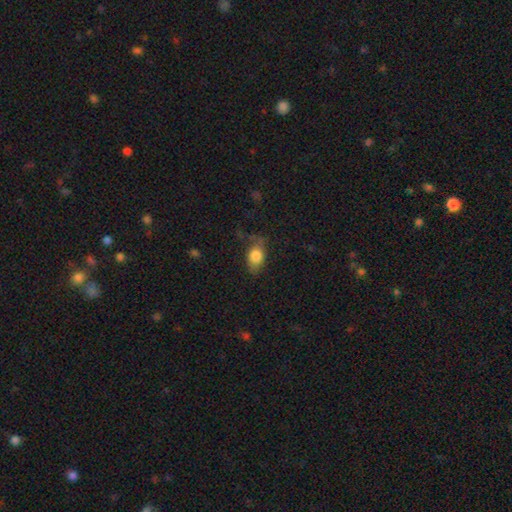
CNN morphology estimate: smooth_or_featured: smooth (p=0.81) [alt: featured or disk p=0.11]
how_rounded: in between (p=0.78) [alt: round p=0.19]
merging: none (p=0.50) [alt: minor disturbance p=0.29]